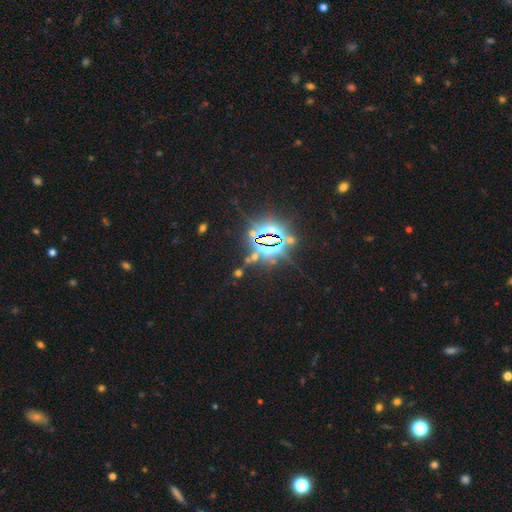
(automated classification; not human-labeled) smooth-or-featured: star or artifact: 84% | featured or disk: 8% | smooth: 8%